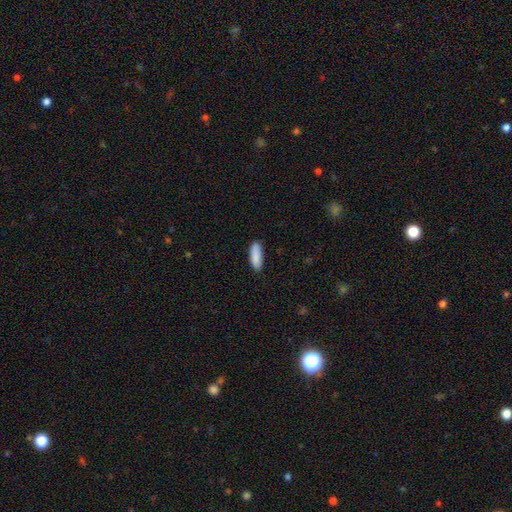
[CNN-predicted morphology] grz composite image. It shows a smooth galaxy with no disk features (89%) that is in between round and cigar-shaped (60%). Merging: none (87%).